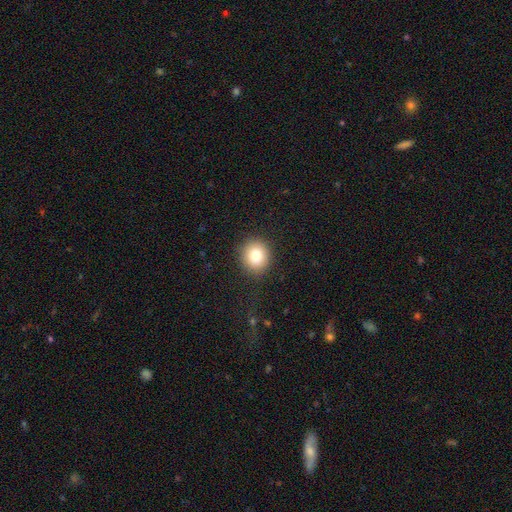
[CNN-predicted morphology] smooth 82%, star or artifact 10%, featured or disk 8%. Down the decision tree: how rounded — round (79%); merging — none (88%).